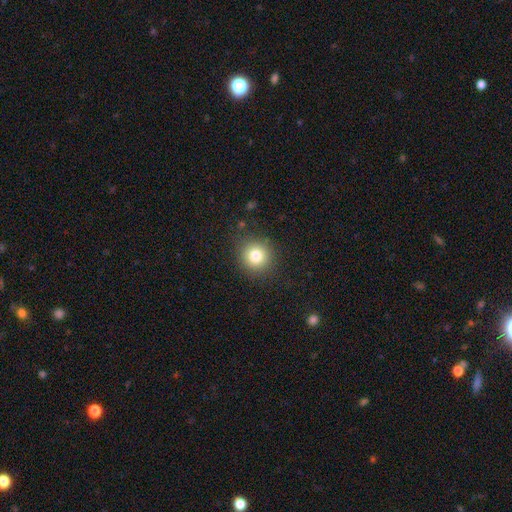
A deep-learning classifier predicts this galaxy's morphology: Smooth or featured?
  - smooth: 80% *
  - star or artifact: 12%
  - featured or disk: 8%
How rounded?
  - round: 92% *
  - in between: 7%
  - cigar-shaped: 1%
Merging?
  - none: 88% *
  - minor disturbance: 8%
  - major disturbance: 3%
  - merger: 1%